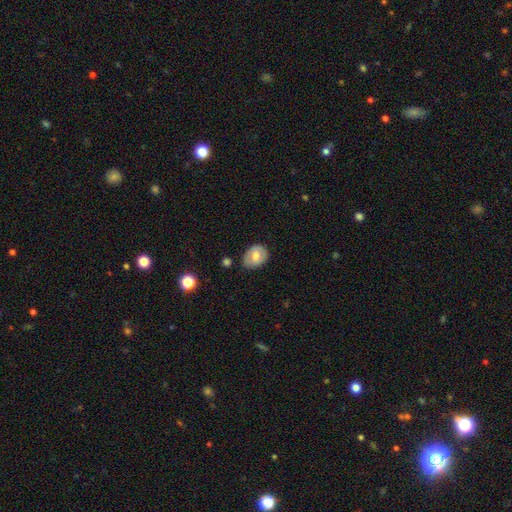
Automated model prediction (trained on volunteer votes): Q: Smooth or featured?
A: smooth (63%); runner-up: featured or disk (29%)
Q: How rounded?
A: in between (62%); runner-up: round (37%)
Q: Merging?
A: none (74%); runner-up: minor disturbance (19%)